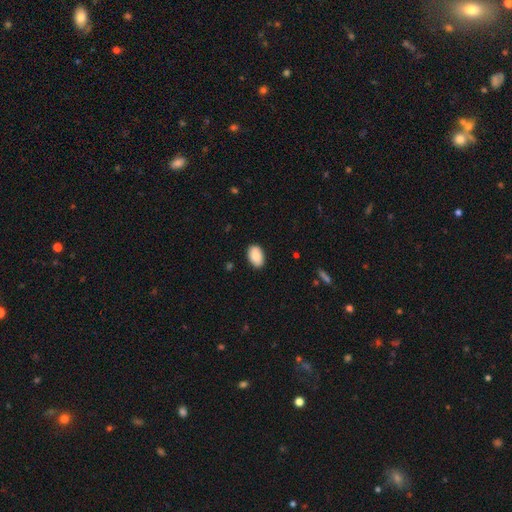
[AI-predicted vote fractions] This is clearly a smooth galaxy (88%). How rounded: clearly in between (90%). Merging: clearly none (87%).